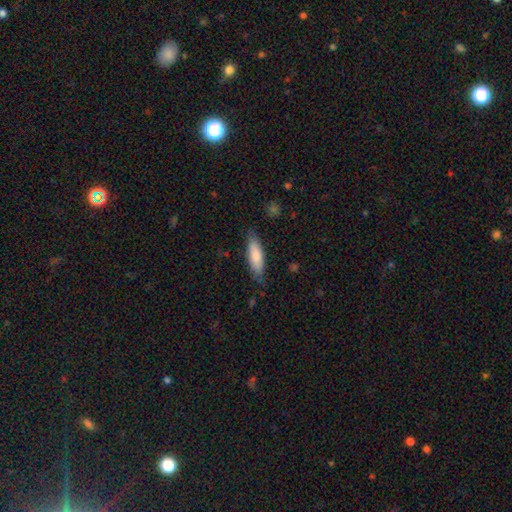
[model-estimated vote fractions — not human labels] Morphology: type=smooth (80%); roundness=in between (50%); merging=none (78%).